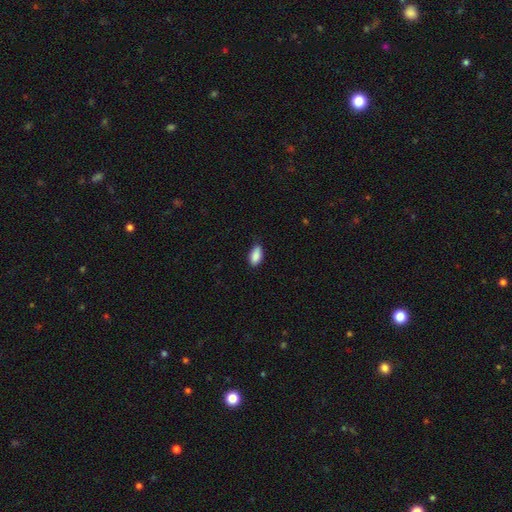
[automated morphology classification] This is clearly a smooth galaxy (89%). How rounded: clearly in between (91%). Merging: likely none (80%).